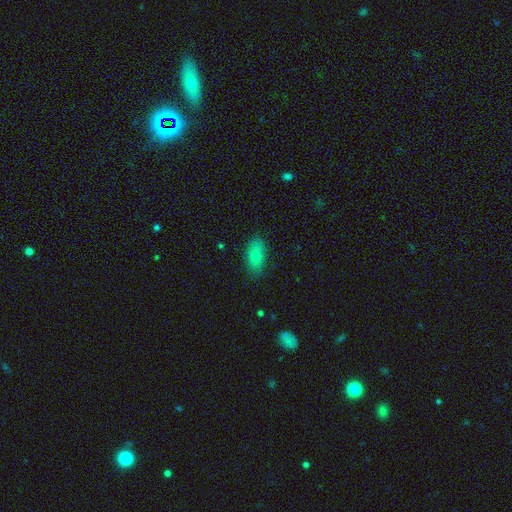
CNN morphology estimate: smooth_or_featured: smooth (p=0.73) [alt: featured or disk p=0.18]
how_rounded: in between (p=0.89) [alt: cigar-shaped p=0.07]
merging: none (p=0.83) [alt: minor disturbance p=0.13]